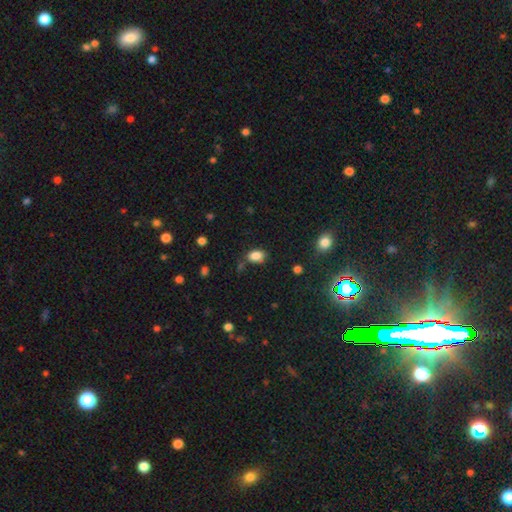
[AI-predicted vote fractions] Smooth or featured? smooth (84%)
How rounded? in between (79%)
Merging? none (70%)